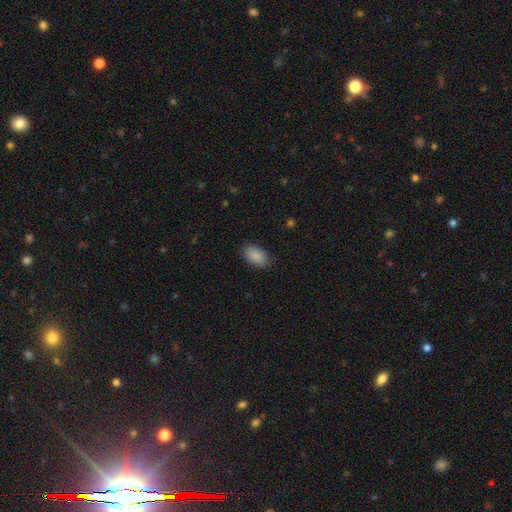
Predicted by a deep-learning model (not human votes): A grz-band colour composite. It shows a smooth galaxy with no disk features (90%) that is in between round and cigar-shaped (94%). Merging: none (87%).